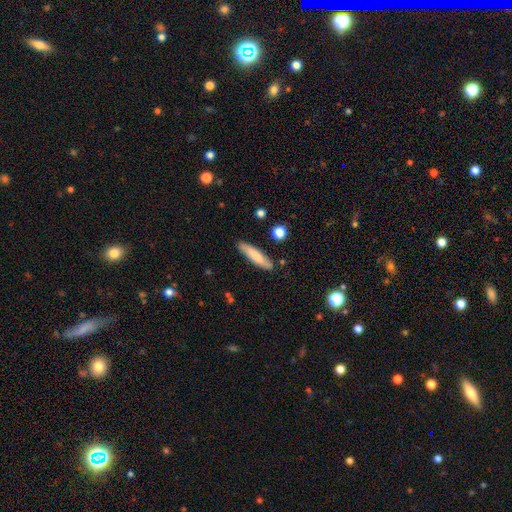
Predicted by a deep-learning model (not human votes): Smooth or featured?
  - smooth: 75% *
  - featured or disk: 19%
  - star or artifact: 6%
How rounded?
  - cigar-shaped: 81% *
  - in between: 18%
  - round: 1%
Merging?
  - none: 83% *
  - minor disturbance: 12%
  - merger: 2%
  - major disturbance: 2%